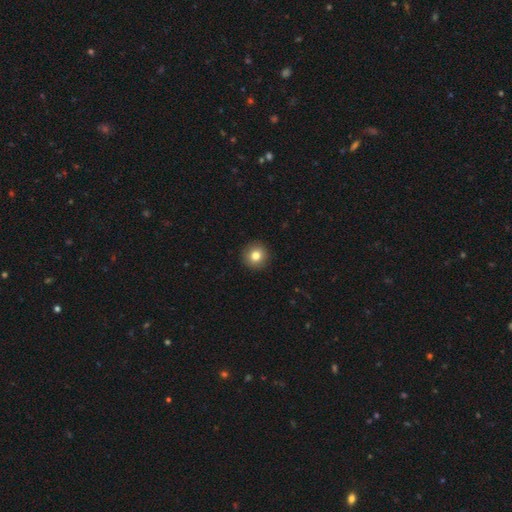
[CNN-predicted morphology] Smooth or featured? Predicted: smooth (p=0.81). How rounded? Predicted: round (p=0.95). Merging? Predicted: none (p=0.93).